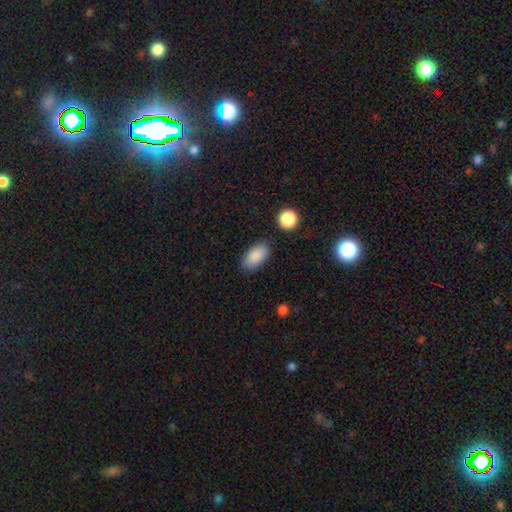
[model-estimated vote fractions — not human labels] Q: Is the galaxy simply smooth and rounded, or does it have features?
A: smooth — 89%.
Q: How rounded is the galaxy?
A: in between — 93%.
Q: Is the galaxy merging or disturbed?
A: none — 83%.